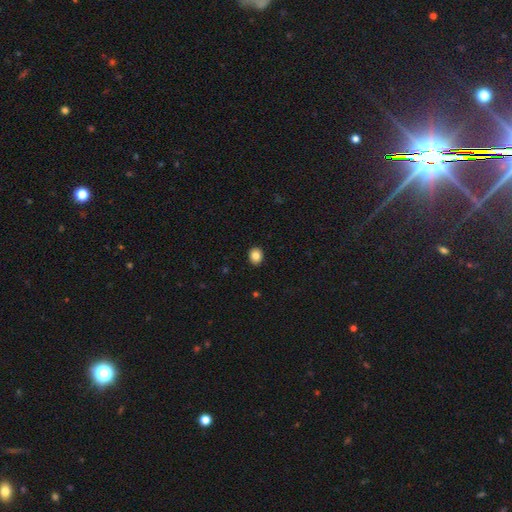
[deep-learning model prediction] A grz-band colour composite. It shows a smooth galaxy with no disk features (85%) that is round (60%). Merging: none (92%).